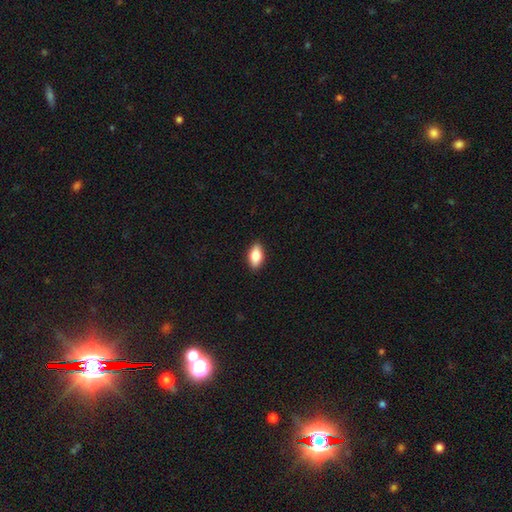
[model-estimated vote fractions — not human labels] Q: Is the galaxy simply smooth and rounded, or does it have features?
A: smooth — 82%.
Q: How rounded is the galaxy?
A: in between — 90%.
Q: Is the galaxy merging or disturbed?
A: none — 89%.